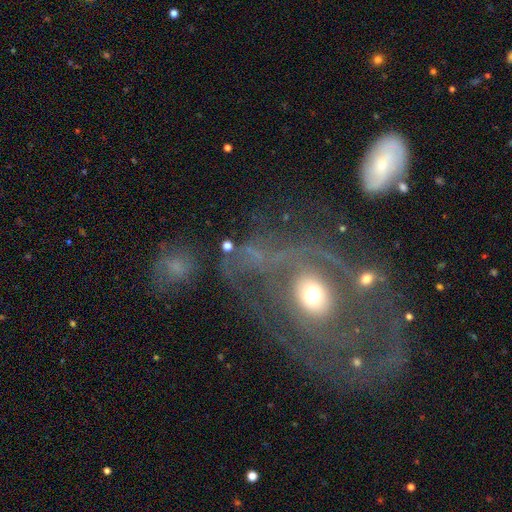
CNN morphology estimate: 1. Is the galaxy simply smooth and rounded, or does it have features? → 64% featured or disk, 22% smooth, 14% star or artifact.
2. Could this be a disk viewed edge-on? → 93% no, 7% yes.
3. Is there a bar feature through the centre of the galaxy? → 74% no, 17% weak, 8% strong.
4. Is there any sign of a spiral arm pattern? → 50% no (tied), 50% yes (tied).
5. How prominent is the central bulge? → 59% moderate, 25% small, 11% large, 3% dominant, 3% none.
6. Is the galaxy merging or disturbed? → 42% none, 31% major disturbance, 16% minor disturbance, 11% merger.